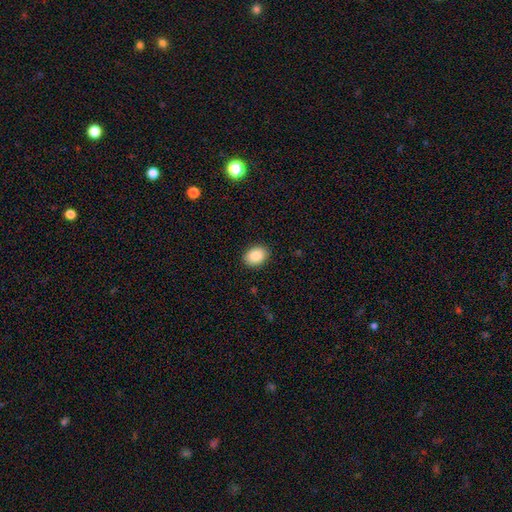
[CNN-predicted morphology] The model was most divided on "how rounded": in between: 71%, round: 28%, cigar-shaped: 1%. More confident: merging — none (89%); smooth or featured — smooth (88%).